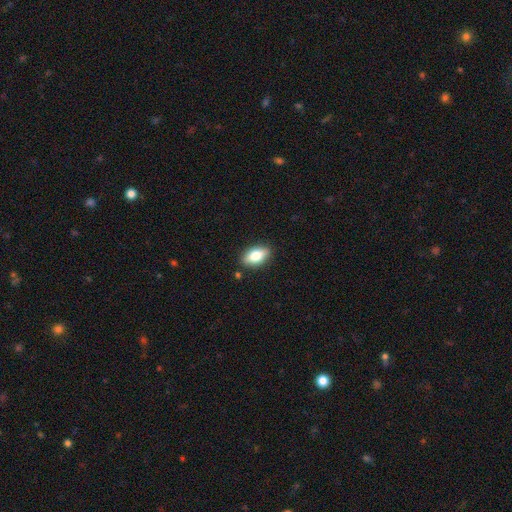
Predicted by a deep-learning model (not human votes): Smooth or featured? smooth (74%)
How rounded? in between (88%)
Merging? none (87%)